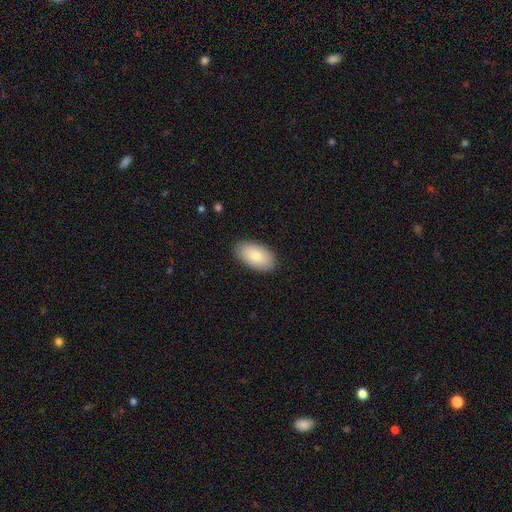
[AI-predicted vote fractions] Smooth or featured: smooth — 81% (featured or disk — 13%)
How rounded: in between — 95% (round — 3%)
Merging: none — 87% (minor disturbance — 10%)